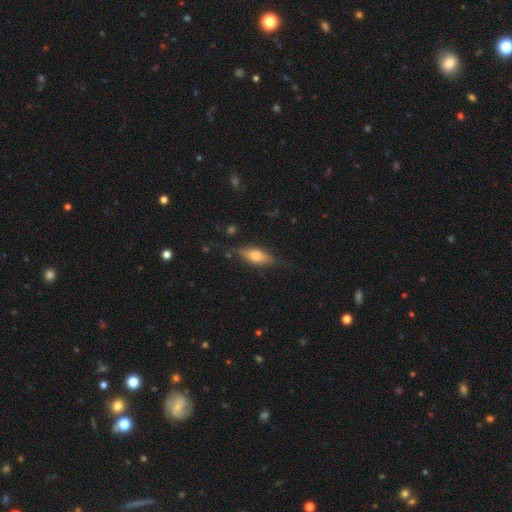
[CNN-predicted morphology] Smooth or featured? featured or disk (48%)
Merging? none (76%)